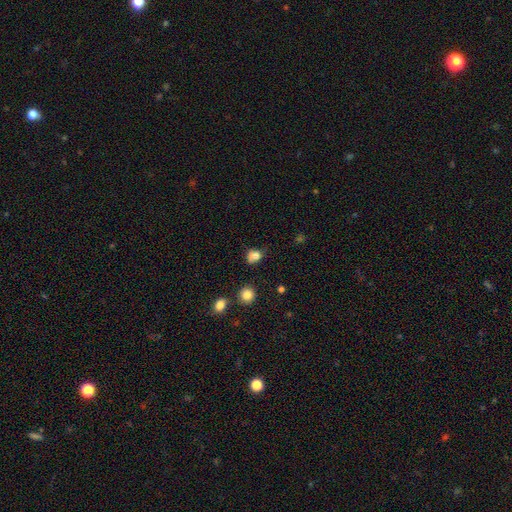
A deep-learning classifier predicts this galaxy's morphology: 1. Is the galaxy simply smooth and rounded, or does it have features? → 76% smooth, 13% star or artifact, 11% featured or disk.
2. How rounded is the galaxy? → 54% round, 44% in between, 2% cigar-shaped.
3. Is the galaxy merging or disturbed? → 42% none, 27% minor disturbance, 17% merger, 13% major disturbance.